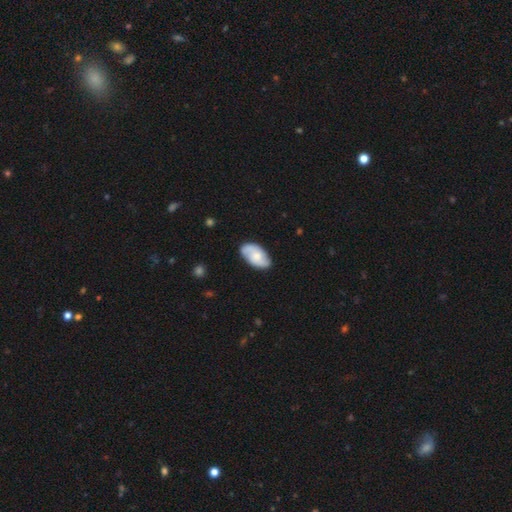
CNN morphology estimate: The model was most divided on "smooth or featured": smooth: 49%, featured or disk: 45%, star or artifact: 6%. More confident: merging — none (77%).